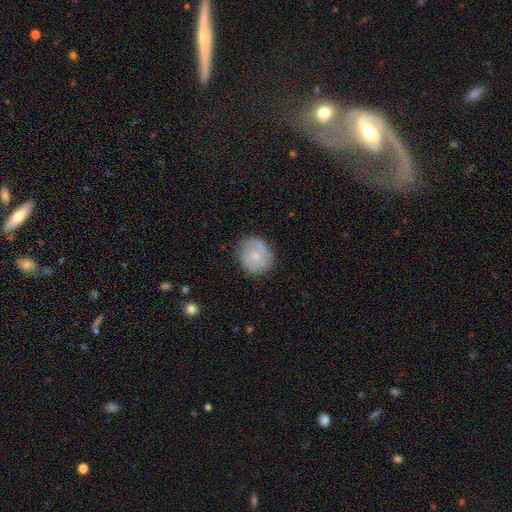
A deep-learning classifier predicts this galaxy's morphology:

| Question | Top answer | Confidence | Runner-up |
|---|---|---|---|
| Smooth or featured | smooth | 56% | featured or disk (37%) |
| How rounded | round | 83% | in between (16%) |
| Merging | none | 74% | minor disturbance (19%) |